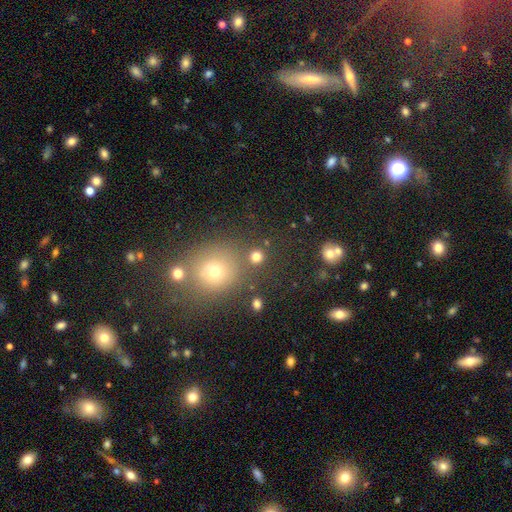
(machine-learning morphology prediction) Q: Smooth or featured?
A: smooth (74%); runner-up: star or artifact (19%)
Q: How rounded?
A: round (89%); runner-up: in between (9%)
Q: Merging?
A: none (77%); runner-up: merger (12%)